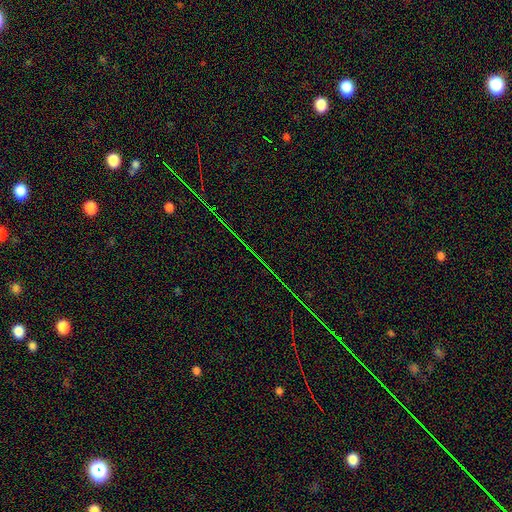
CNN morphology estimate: Smooth or featured?
  - star or artifact: 79% *
  - smooth: 11%
  - featured or disk: 9%